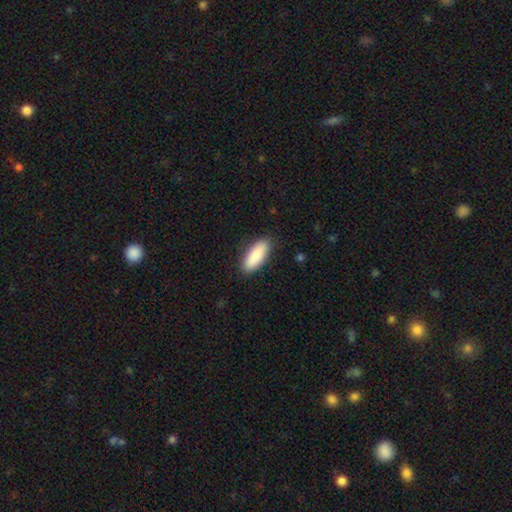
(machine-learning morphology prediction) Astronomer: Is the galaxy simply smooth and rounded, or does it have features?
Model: smooth — 89%.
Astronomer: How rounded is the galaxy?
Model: in between — 73%.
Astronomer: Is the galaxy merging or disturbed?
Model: none — 87%.